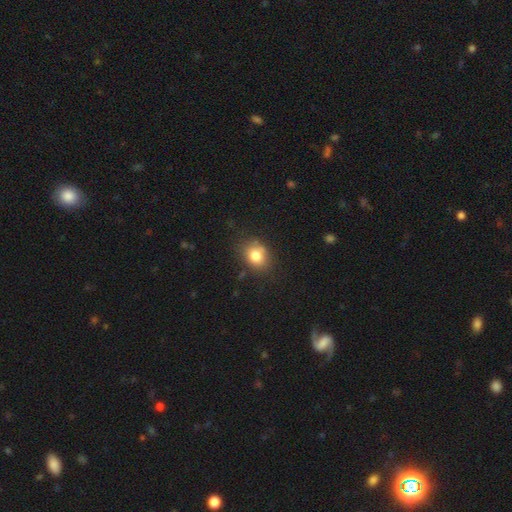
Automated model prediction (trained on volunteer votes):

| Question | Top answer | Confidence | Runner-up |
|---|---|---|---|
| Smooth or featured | smooth | 80% | star or artifact (11%) |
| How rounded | in between | 51% | round (48%) |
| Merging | none | 73% | minor disturbance (17%) |